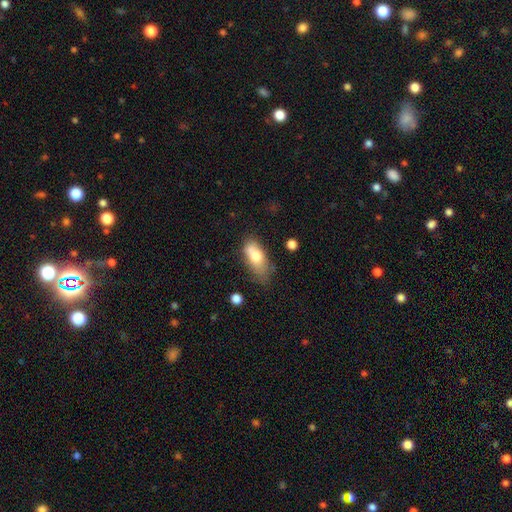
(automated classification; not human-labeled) A smooth galaxy with no disk features (71%) that is in between round and cigar-shaped (85%).

Vote fractions:
- Smooth or featured? smooth: 71% / featured or disk: 21% / star or artifact: 8%
- How rounded? in between: 85% / cigar-shaped: 9% / round: 6%
- Merging? none: 45% / minor disturbance: 30% / merger: 13% / major disturbance: 13%